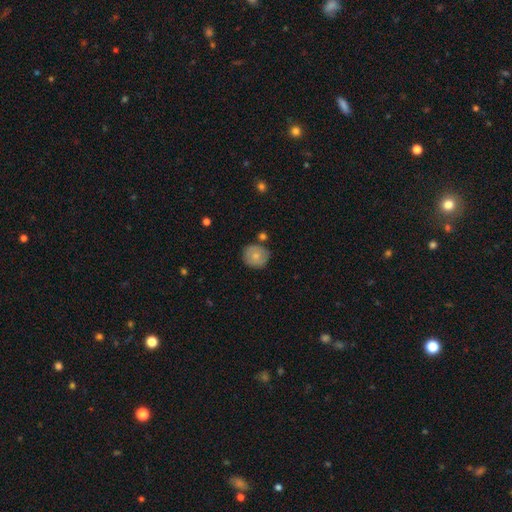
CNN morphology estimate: Smooth or featured?
  - smooth: 71% *
  - featured or disk: 22%
  - star or artifact: 7%
How rounded?
  - round: 86% *
  - in between: 13%
  - cigar-shaped: 1%
Merging?
  - none: 78% *
  - minor disturbance: 13%
  - merger: 6%
  - major disturbance: 3%